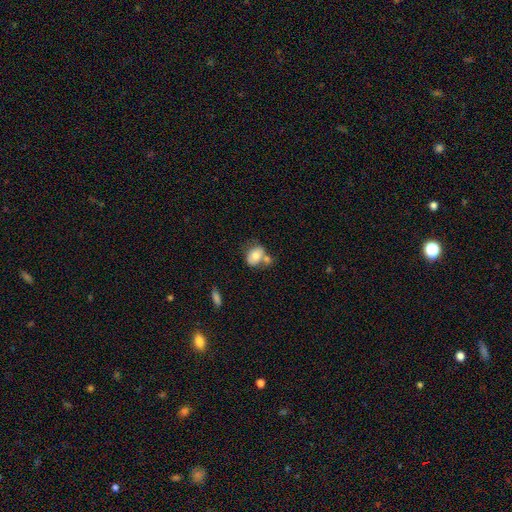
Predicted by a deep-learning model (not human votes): Morphology: type=smooth (72%); roundness=in between (66%); merging=merger (39%).